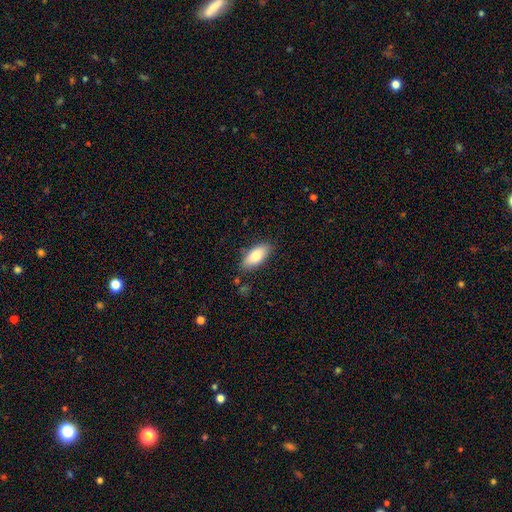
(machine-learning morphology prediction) smooth 82%, featured or disk 12%, star or artifact 6%. Down the decision tree: how rounded — in between (84%); merging — none (83%).